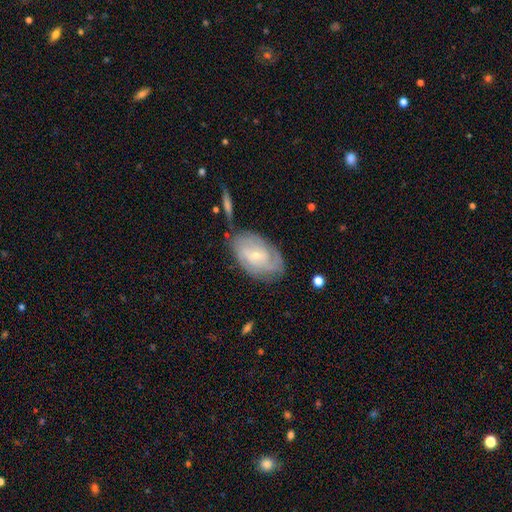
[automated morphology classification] Smooth or featured? featured or disk (69%)
Edge-on disk? no (95%)
Bar? no (54%)
Spiral arms? yes (85%)
Spiral winding? tight (58%)
Spiral arm count? can't tell (45%)
Bulge size? small (70%)
Merging? none (66%)